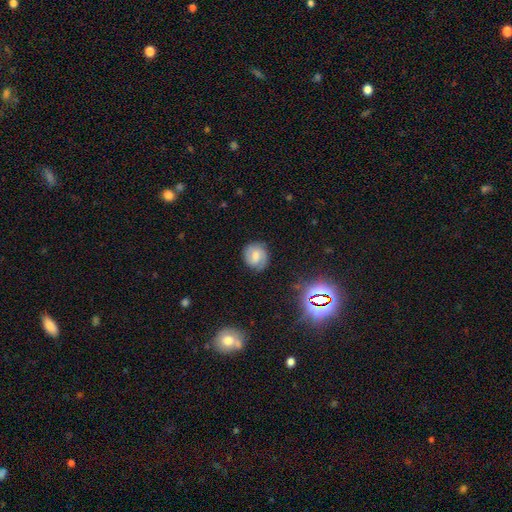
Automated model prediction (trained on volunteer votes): A featured or disk galaxy (49%). Merging: none (81%).